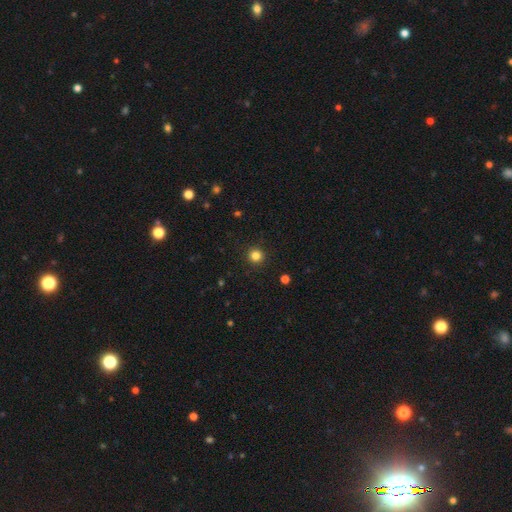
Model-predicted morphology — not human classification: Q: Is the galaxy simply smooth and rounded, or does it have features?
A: smooth — 82%.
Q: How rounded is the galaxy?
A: round — 95%.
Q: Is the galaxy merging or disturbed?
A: none — 92%.